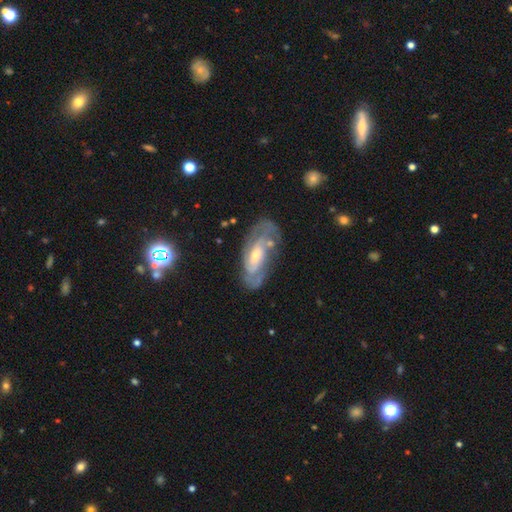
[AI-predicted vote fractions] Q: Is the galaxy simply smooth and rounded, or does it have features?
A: featured or disk — 78%.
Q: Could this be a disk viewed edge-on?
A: no — 91%.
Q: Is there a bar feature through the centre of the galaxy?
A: no — 54%.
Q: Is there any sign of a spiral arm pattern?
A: yes — 86%.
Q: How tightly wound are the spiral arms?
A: tight — 54%.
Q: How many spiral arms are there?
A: can't tell — 42%.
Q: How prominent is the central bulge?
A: small — 50%.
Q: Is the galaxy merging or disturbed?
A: none — 68%.